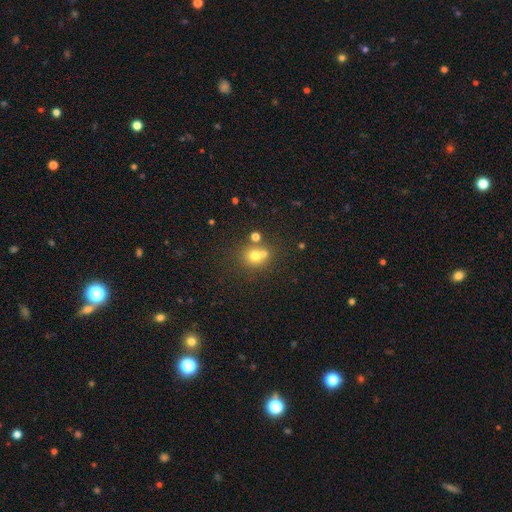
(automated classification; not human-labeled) This appears to be a smooth galaxy with no disk features (68%) that is round (81%). Merging: none (52%).